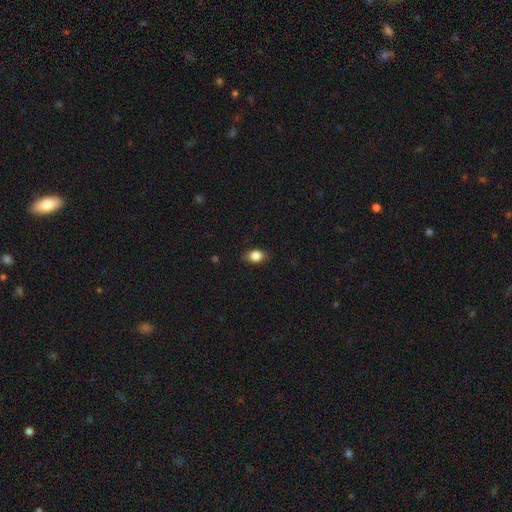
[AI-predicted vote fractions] Smooth or featured? Predicted: smooth (p=0.83). How rounded? Predicted: in between (p=0.71). Merging? Predicted: none (p=0.85).